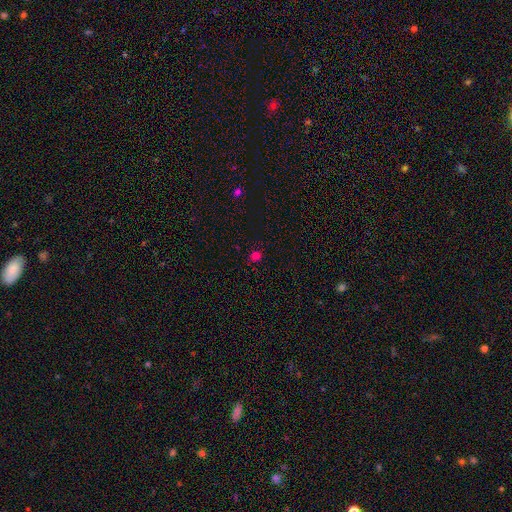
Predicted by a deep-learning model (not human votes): Q: Smooth or featured?
A: smooth (72%); runner-up: star or artifact (23%)
Q: How rounded?
A: round (84%); runner-up: in between (15%)
Q: Merging?
A: none (86%); runner-up: minor disturbance (10%)